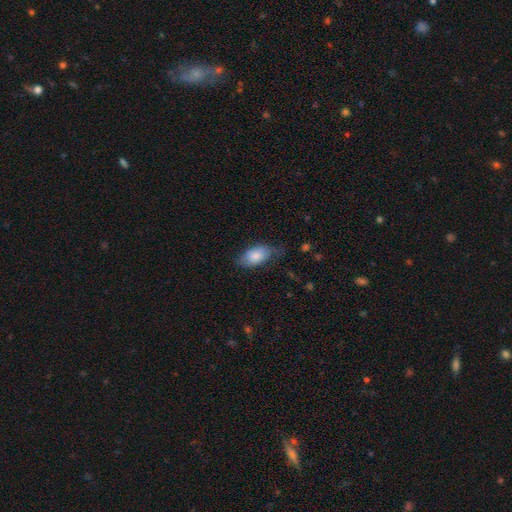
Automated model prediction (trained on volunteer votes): A smooth galaxy with no disk features (82%) that is in between round and cigar-shaped (92%). Merging: none (63%).